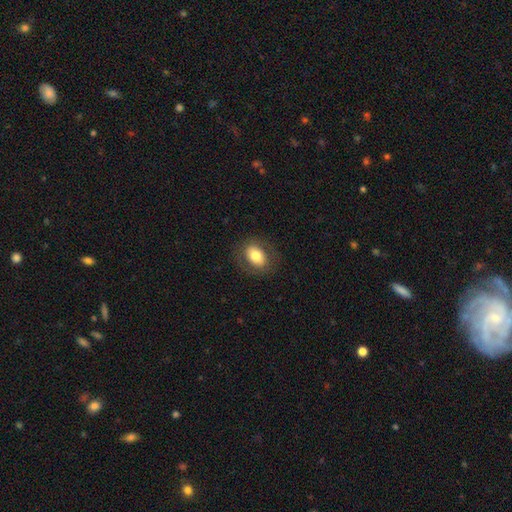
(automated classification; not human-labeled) Smooth or featured?
  - smooth: 73% *
  - featured or disk: 19%
  - star or artifact: 7%
How rounded?
  - in between: 76% *
  - round: 23%
  - cigar-shaped: 1%
Merging?
  - none: 82% *
  - minor disturbance: 11%
  - major disturbance: 5%
  - merger: 1%